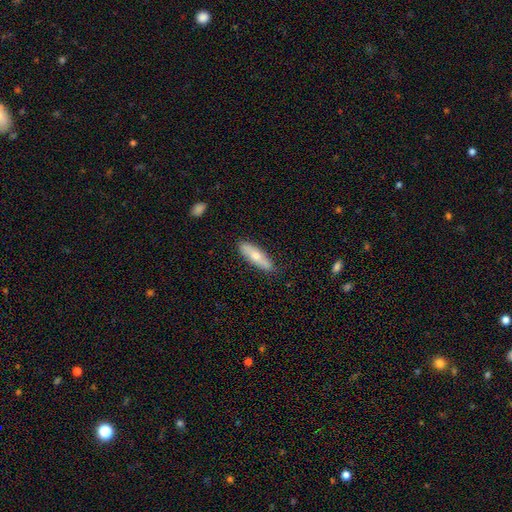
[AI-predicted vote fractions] smooth-or-featured: smooth: 61% | featured or disk: 33% | star or artifact: 6%
  how-rounded: cigar-shaped: 62% | in between: 36% | round: 2%
  merging: none: 85% | minor disturbance: 11% | major disturbance: 2% | merger: 1%